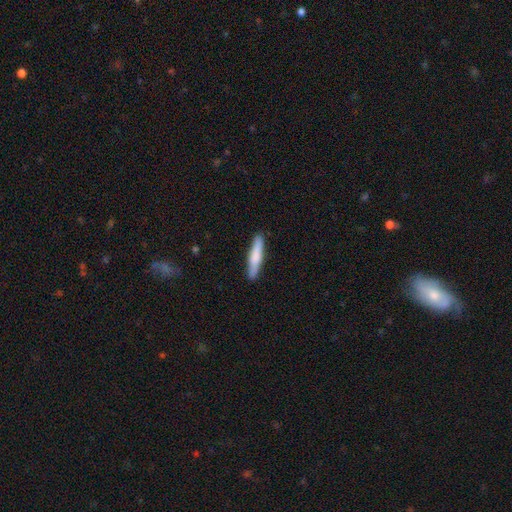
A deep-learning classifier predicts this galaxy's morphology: Q: Smooth or featured?
A: smooth (72%); runner-up: featured or disk (23%)
Q: How rounded?
A: cigar-shaped (90%); runner-up: in between (8%)
Q: Merging?
A: none (89%); runner-up: minor disturbance (9%)